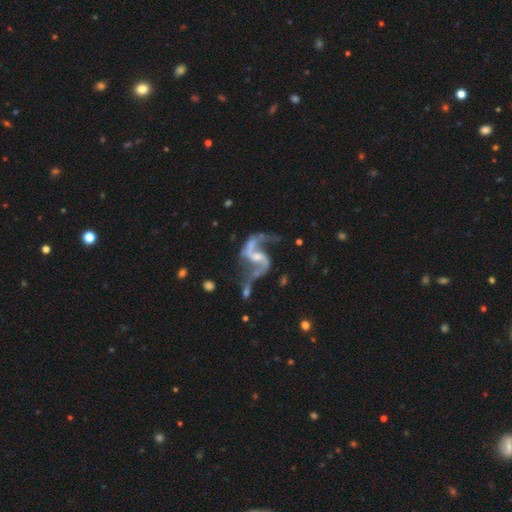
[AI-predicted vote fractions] smooth-or-featured: featured or disk: 91% | star or artifact: 5% | smooth: 4%
  disk-edge-on: no: 98% | yes: 2%
    bar: weak: 49% | no: 31% | strong: 20%
    has-spiral-arms: yes: 97% | no: 3%
      spiral-winding: loose: 70% | medium: 26% | tight: 4%
      spiral-arm-count: 2: 92% | 1: 3% | can't tell: 2% | 3: 1% | 4: 1% | more than 4: 1%
    bulge-size: small: 45% | moderate: 36% | none: 15% | large: 4% | dominant: 1%
  merging: none: 46% | major disturbance: 21% | minor disturbance: 18% | merger: 15%